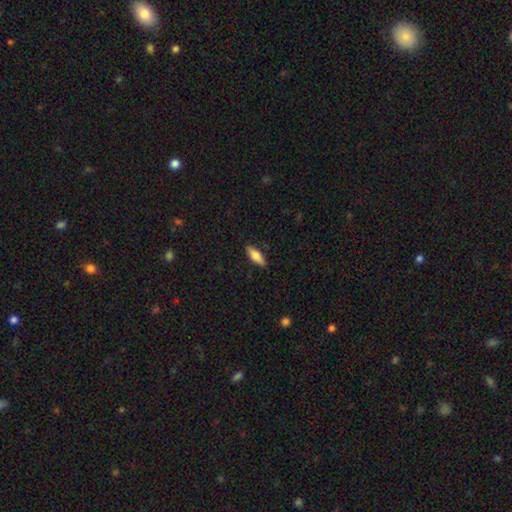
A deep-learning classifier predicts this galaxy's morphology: Smooth or featured? smooth (75%)
How rounded? in between (67%)
Merging? none (86%)